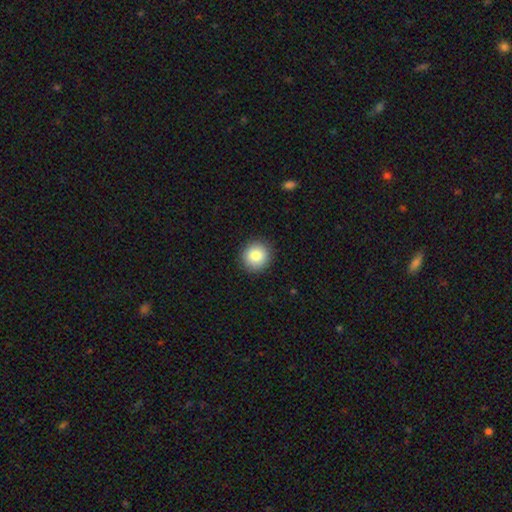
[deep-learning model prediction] Smooth or featured: smooth — 87% (star or artifact — 8%)
How rounded: round — 92% (in between — 7%)
Merging: none — 91% (minor disturbance — 6%)